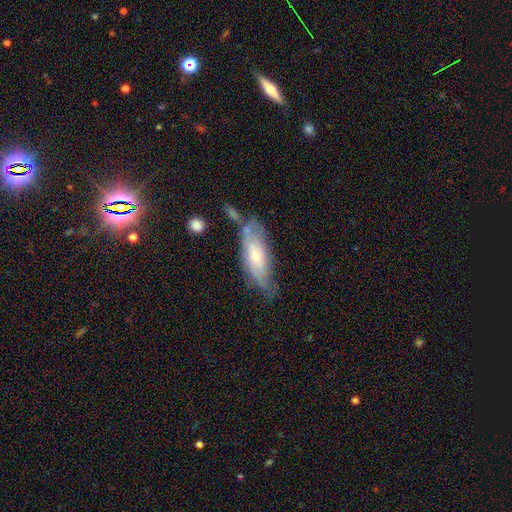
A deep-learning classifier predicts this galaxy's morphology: Smooth or featured?
  - featured or disk: 49% *
  - smooth: 44%
  - star or artifact: 6%
Merging?
  - none: 49% *
  - minor disturbance: 29%
  - merger: 11%
  - major disturbance: 11%